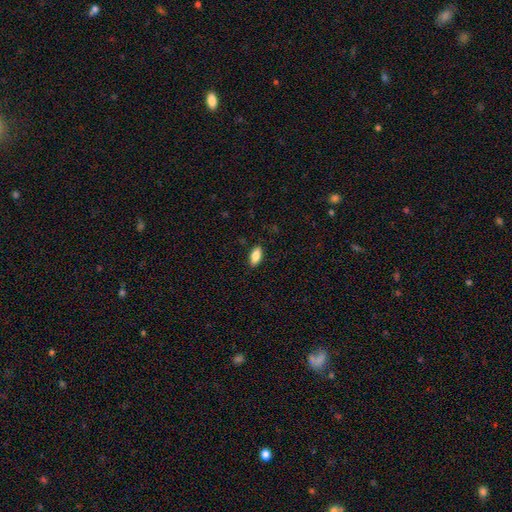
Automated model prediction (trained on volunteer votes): Smooth or featured: smooth — 83% (featured or disk — 10%)
How rounded: in between — 86% (cigar-shaped — 12%)
Merging: none — 88% (minor disturbance — 9%)